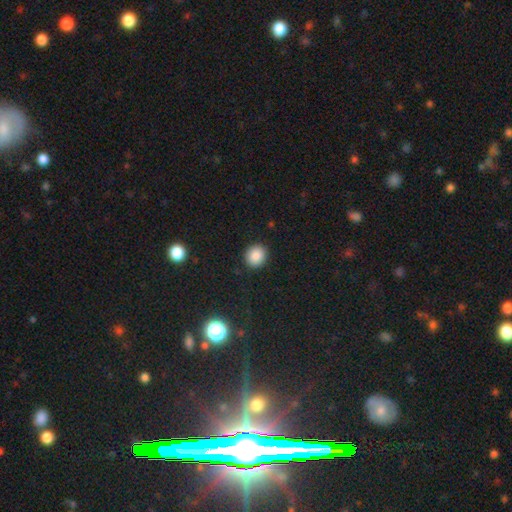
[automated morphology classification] smooth-or-featured: smooth: 87% | star or artifact: 10% | featured or disk: 3%
  how-rounded: round: 79% | in between: 20% | cigar-shaped: 1%
  merging: none: 91% | minor disturbance: 6% | major disturbance: 2% | merger: 1%